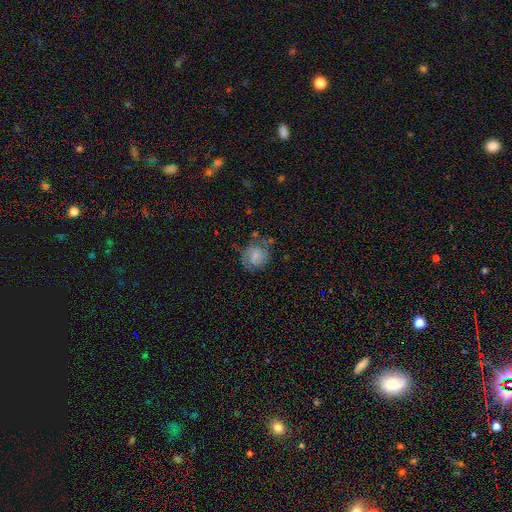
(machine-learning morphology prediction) Smooth or featured? Predicted: smooth (p=0.52). How rounded? Predicted: round (p=0.74). Merging? Predicted: none (p=0.59).